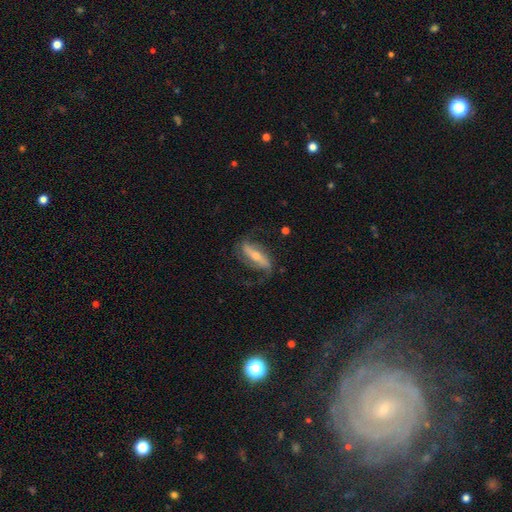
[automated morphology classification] Smooth or featured? Predicted: featured or disk (p=0.78). Edge-on disk? Predicted: no (p=0.80). Bar? Predicted: strong (p=0.59). Spiral arms? Predicted: yes (p=0.91). Spiral winding? Predicted: loose (p=0.51). Spiral arm count? Predicted: 2 (p=0.86). Bulge size? Predicted: small (p=0.51). Merging? Predicted: none (p=0.66).